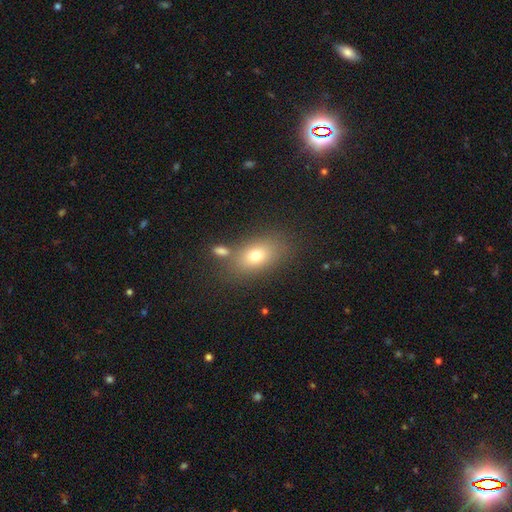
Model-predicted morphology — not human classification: smooth 74%, featured or disk 14%, star or artifact 12%. Down the decision tree: how rounded — in between (82%); merging — none (71%).